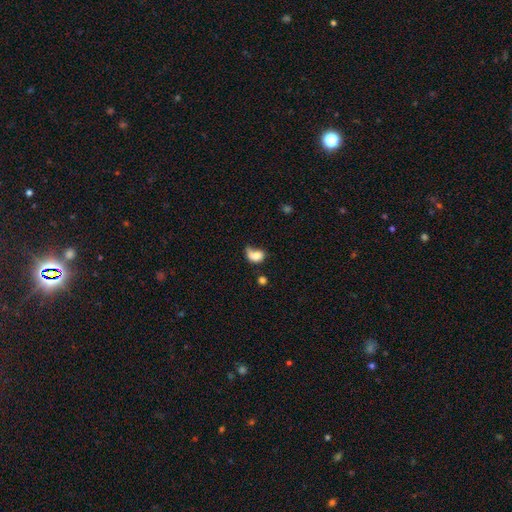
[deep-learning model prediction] smooth_or_featured: smooth (p=0.67) [alt: featured or disk p=0.23]
how_rounded: in between (p=0.72) [alt: round p=0.26]
merging: major disturbance (p=0.34) [alt: none p=0.26]